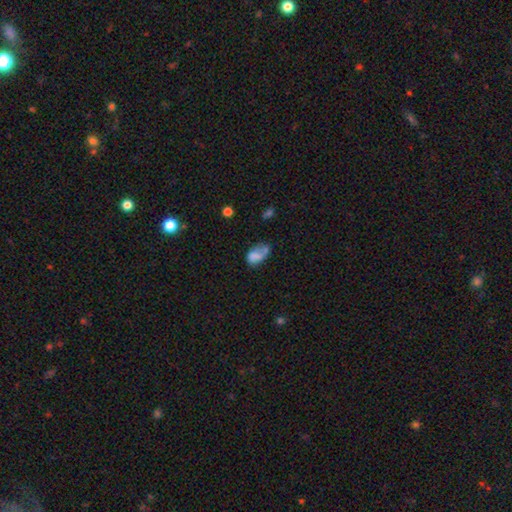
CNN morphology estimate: smooth-or-featured: smooth: 66% | featured or disk: 23% | star or artifact: 11%
  how-rounded: in between: 87% | round: 11% | cigar-shaped: 2%
  merging: none: 31% | minor disturbance: 29% | major disturbance: 23% | merger: 16%